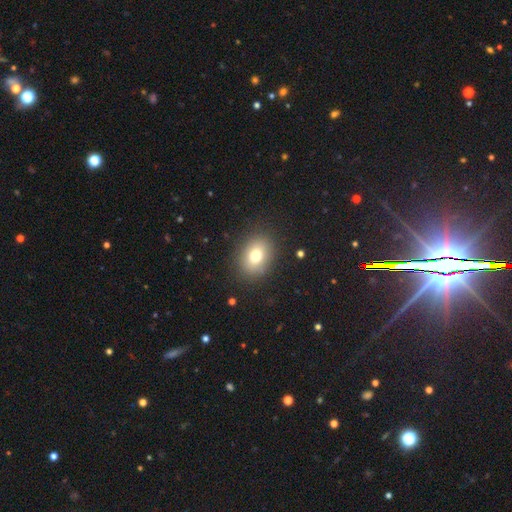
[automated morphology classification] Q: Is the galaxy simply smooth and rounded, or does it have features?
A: smooth — 76%.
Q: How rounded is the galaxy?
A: in between — 59%.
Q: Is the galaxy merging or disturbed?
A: none — 86%.